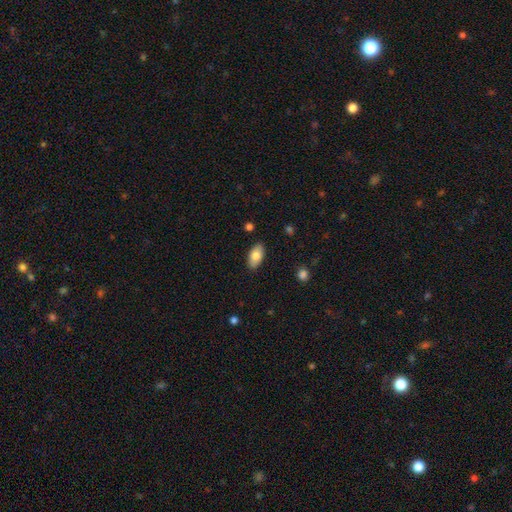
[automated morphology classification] This appears to be a smooth galaxy with no disk features (80%) that is in between round and cigar-shaped (93%). Merging: none (88%).